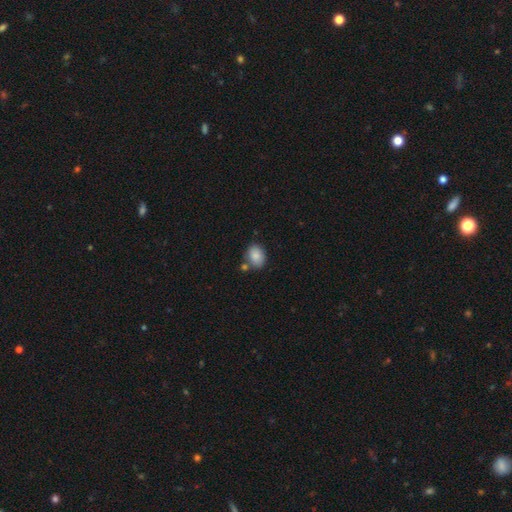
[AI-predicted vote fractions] Smooth or featured?
  - smooth: 86% *
  - star or artifact: 8%
  - featured or disk: 7%
How rounded?
  - in between: 65% *
  - round: 34%
  - cigar-shaped: 1%
Merging?
  - none: 69% *
  - minor disturbance: 15%
  - merger: 13%
  - major disturbance: 4%